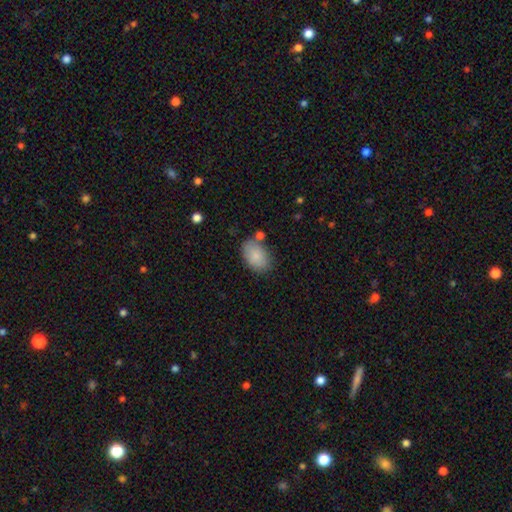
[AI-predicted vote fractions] A smooth galaxy with no disk features (86%) that is in between round and cigar-shaped (89%).

Vote fractions:
- Smooth or featured? smooth: 86% / featured or disk: 7% / star or artifact: 7%
- How rounded? in between: 89% / round: 10% / cigar-shaped: 1%
- Merging? none: 72% / minor disturbance: 17% / merger: 7% / major disturbance: 5%